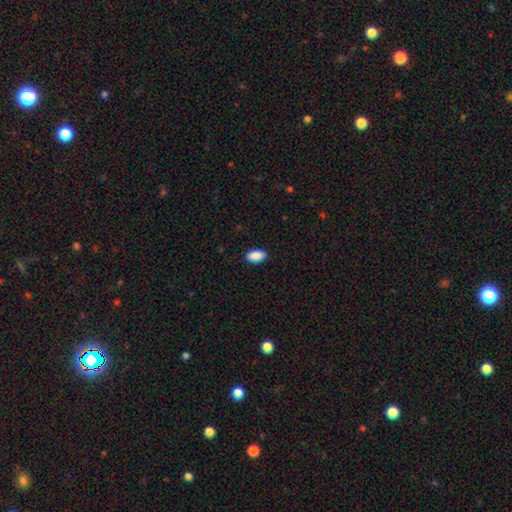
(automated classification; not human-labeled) A smooth galaxy with no disk features (90%) that is in between round and cigar-shaped (93%).

Vote fractions:
- Smooth or featured? smooth: 90% / star or artifact: 7% / featured or disk: 4%
- How rounded? in between: 93% / cigar-shaped: 4% / round: 3%
- Merging? none: 89% / minor disturbance: 8% / major disturbance: 2% / merger: 1%